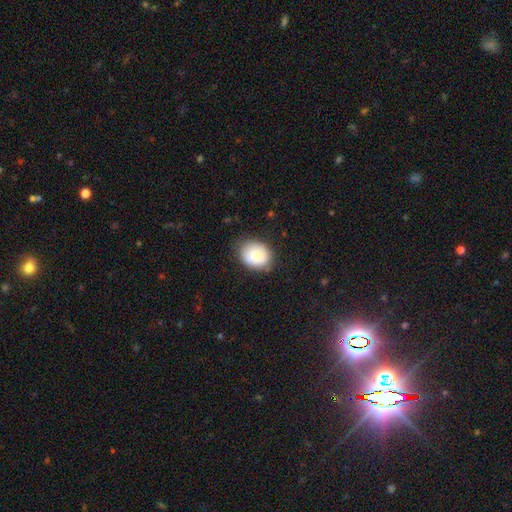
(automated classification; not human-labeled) Overall: smooth (81%). How rounded: in between (58%; round 41%). Merging: none (79%).